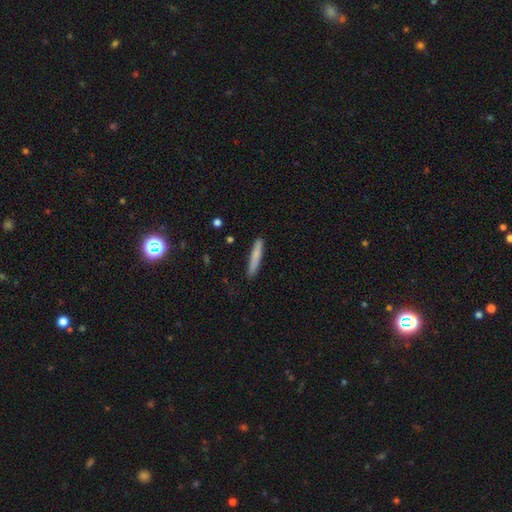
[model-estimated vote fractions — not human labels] Smooth or featured? Predicted: smooth (p=0.76). How rounded? Predicted: cigar-shaped (p=0.93). Merging? Predicted: none (p=0.87).